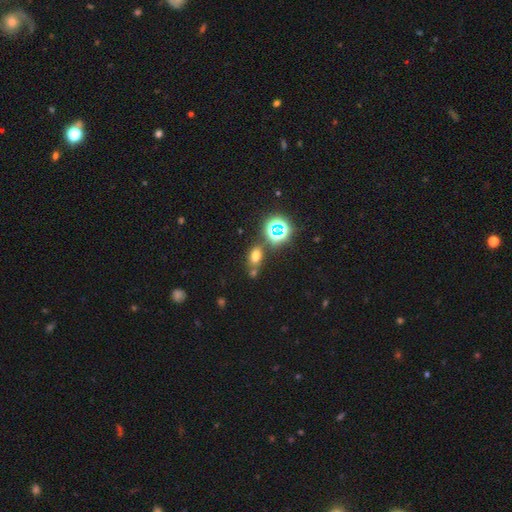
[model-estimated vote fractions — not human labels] Smooth or featured? smooth (64%)
How rounded? in between (74%)
Merging? none (68%)